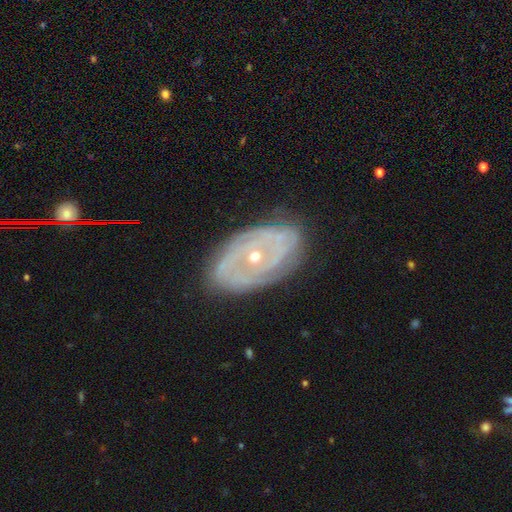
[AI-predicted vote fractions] Smooth or featured? featured or disk (81%)
Edge-on disk? no (94%)
Bar? no (74%)
Spiral arms? yes (82%)
Spiral winding? tight (68%)
Spiral arm count? can't tell (40%)
Bulge size? small (66%)
Merging? none (79%)